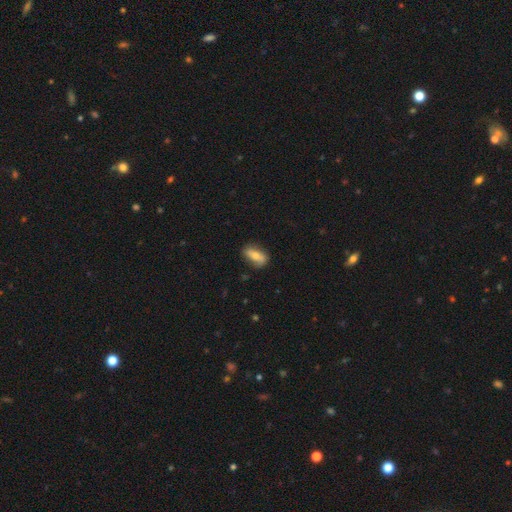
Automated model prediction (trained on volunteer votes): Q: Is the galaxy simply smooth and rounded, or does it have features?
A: smooth — 69%.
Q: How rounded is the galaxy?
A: in between — 80%.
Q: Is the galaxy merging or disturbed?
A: none — 76%.